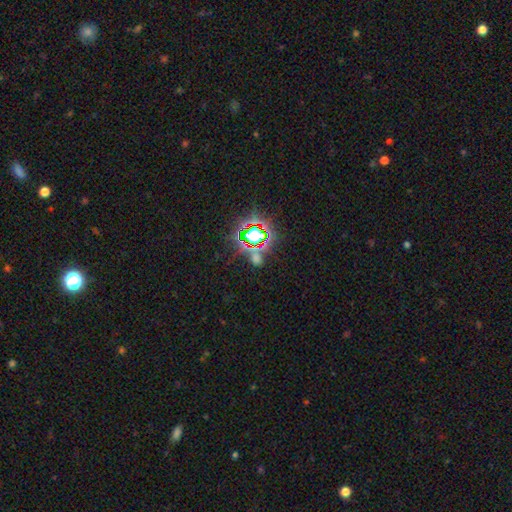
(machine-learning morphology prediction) This appears to be a star or artifact, not a galaxy (78%).